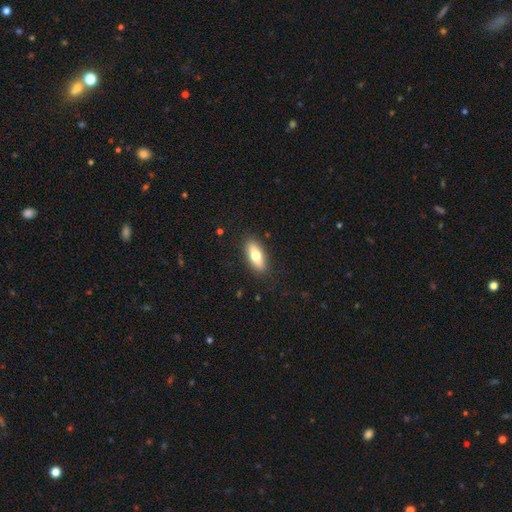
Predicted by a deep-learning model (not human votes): This appears to be a smooth galaxy with no disk features (68%) that is in between round and cigar-shaped (71%). Merging: none (88%).